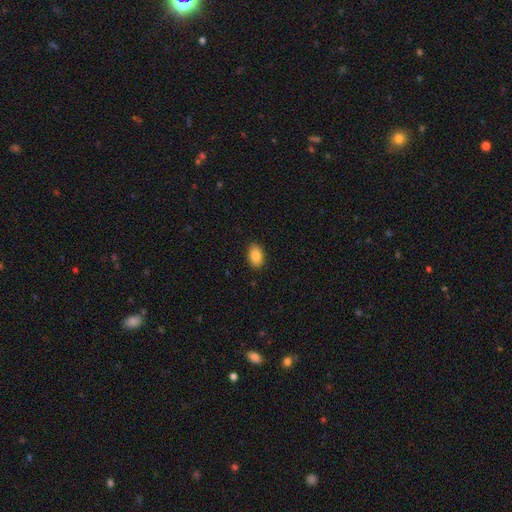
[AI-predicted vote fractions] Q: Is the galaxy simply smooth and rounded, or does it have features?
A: smooth — 87%.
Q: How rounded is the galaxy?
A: in between — 88%.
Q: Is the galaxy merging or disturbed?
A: none — 89%.